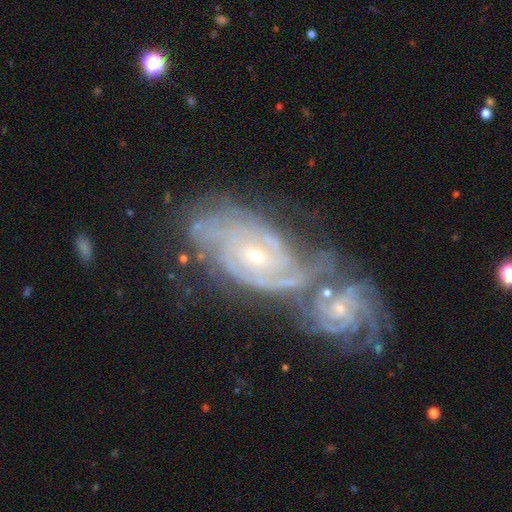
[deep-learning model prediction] Q: Smooth or featured?
A: featured or disk (89%); runner-up: star or artifact (6%)
Q: Edge-on disk?
A: no (96%); runner-up: yes (4%)
Q: Bar?
A: no (68%); runner-up: weak (24%)
Q: Spiral arms?
A: yes (97%); runner-up: no (3%)
Q: Spiral winding?
A: tight (75%); runner-up: medium (21%)
Q: Spiral arm count?
A: can't tell (30%); runner-up: 3 (22%)
Q: Bulge size?
A: small (64%); runner-up: moderate (33%)
Q: Merging?
A: merger (58%); runner-up: none (24%)